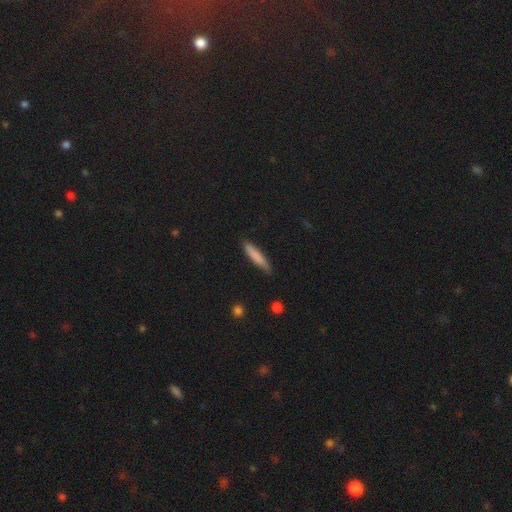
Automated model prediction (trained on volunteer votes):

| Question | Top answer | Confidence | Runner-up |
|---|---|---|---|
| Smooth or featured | smooth | 80% | featured or disk (14%) |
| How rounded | cigar-shaped | 89% | in between (9%) |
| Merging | none | 83% | minor disturbance (14%) |